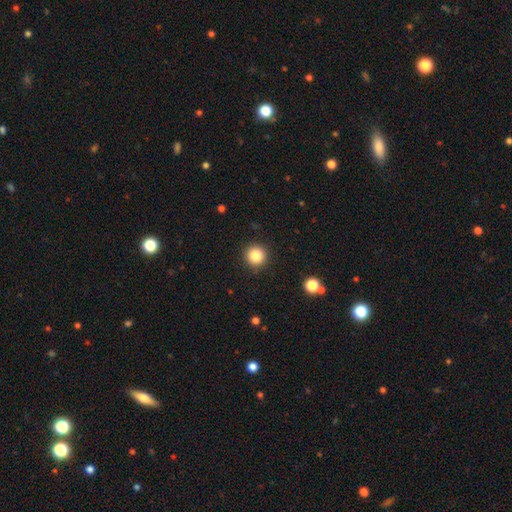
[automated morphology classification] This is clearly a smooth galaxy (84%). How rounded: clearly round (96%). Merging: clearly none (92%).